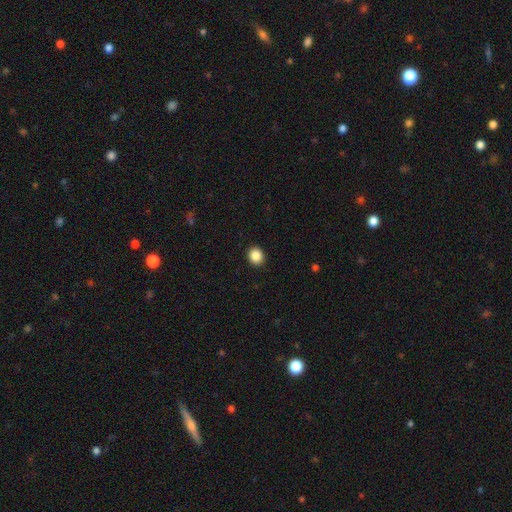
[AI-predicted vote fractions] smooth-or-featured: smooth: 87% | star or artifact: 9% | featured or disk: 3%
  how-rounded: round: 76% | in between: 23% | cigar-shaped: 1%
  merging: none: 92% | minor disturbance: 5% | major disturbance: 2% | merger: 1%